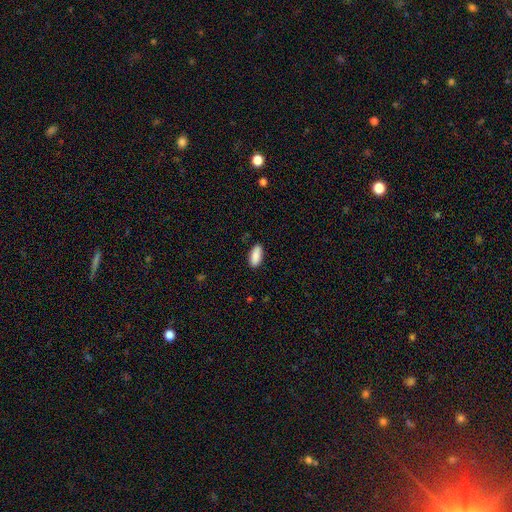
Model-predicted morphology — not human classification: smooth_or_featured: smooth (p=0.89) [alt: star or artifact p=0.06]
how_rounded: in between (p=0.82) [alt: cigar-shaped p=0.16]
merging: none (p=0.88) [alt: minor disturbance p=0.09]